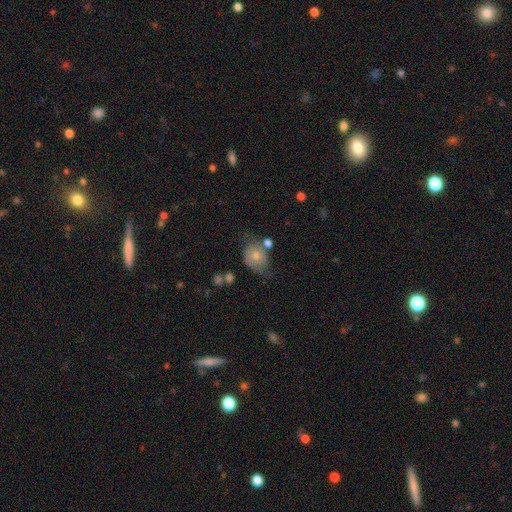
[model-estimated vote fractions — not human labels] Smooth or featured? Predicted: smooth (p=0.68). How rounded? Predicted: in between (p=0.59). Merging? Predicted: none (p=0.42).